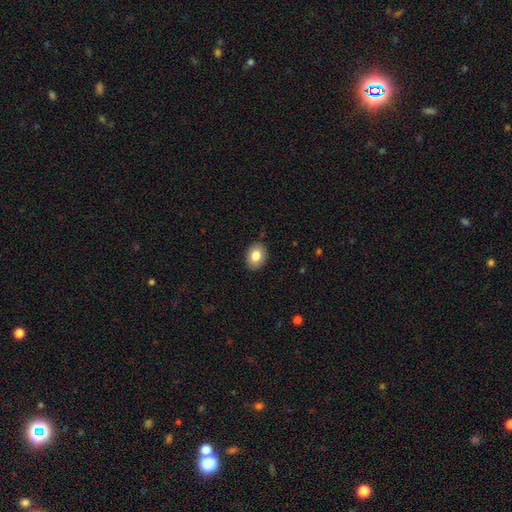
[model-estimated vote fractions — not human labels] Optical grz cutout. It shows a smooth galaxy with no disk features (81%) that is in between round and cigar-shaped (67%). Merging: none (89%).